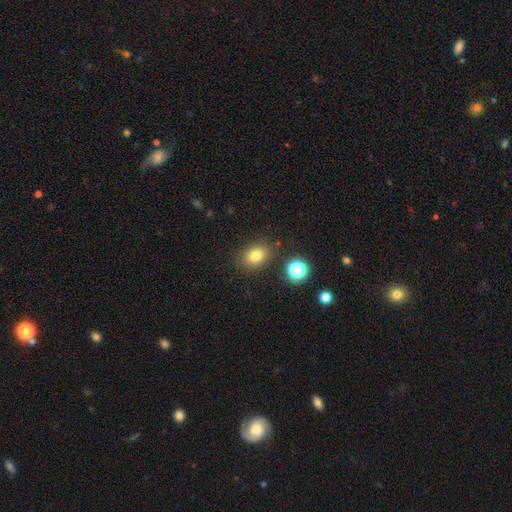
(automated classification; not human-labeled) Q: Smooth or featured?
A: smooth (78%); runner-up: star or artifact (14%)
Q: How rounded?
A: in between (59%); runner-up: round (40%)
Q: Merging?
A: none (81%); runner-up: minor disturbance (11%)